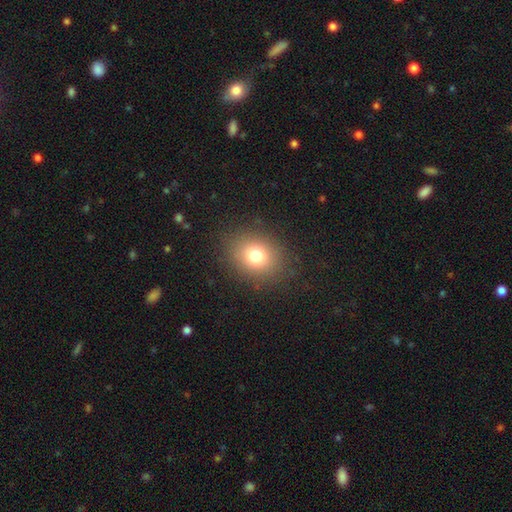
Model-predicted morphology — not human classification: Q: Smooth or featured?
A: smooth (75%); runner-up: star or artifact (14%)
Q: How rounded?
A: round (60%); runner-up: in between (39%)
Q: Merging?
A: none (86%); runner-up: minor disturbance (8%)